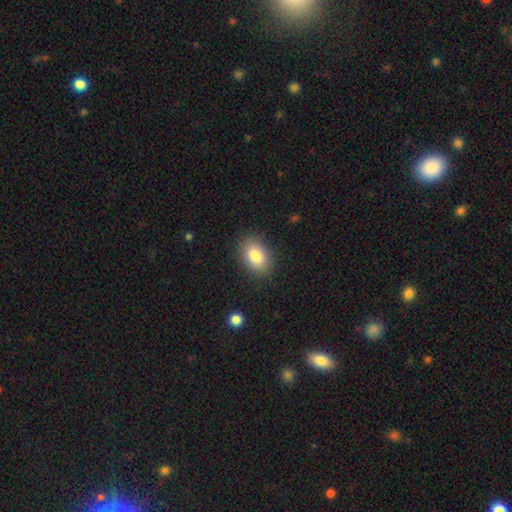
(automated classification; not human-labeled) Smooth or featured? smooth (83%)
How rounded? in between (82%)
Merging? none (87%)